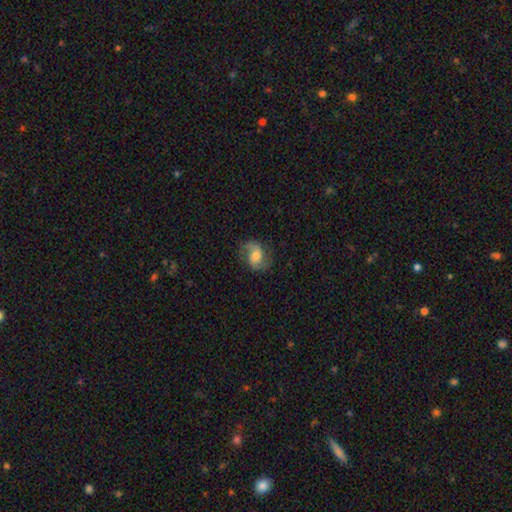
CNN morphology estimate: Q: Smooth or featured?
A: featured or disk (65%); runner-up: smooth (27%)
Q: Edge-on disk?
A: no (97%); runner-up: yes (3%)
Q: Bar?
A: no (49%); runner-up: weak (40%)
Q: Spiral arms?
A: yes (92%); runner-up: no (8%)
Q: Spiral winding?
A: medium (44%); runner-up: loose (41%)
Q: Spiral arm count?
A: 2 (81%); runner-up: 1 (11%)
Q: Bulge size?
A: moderate (59%); runner-up: small (26%)
Q: Merging?
A: none (70%); runner-up: minor disturbance (18%)